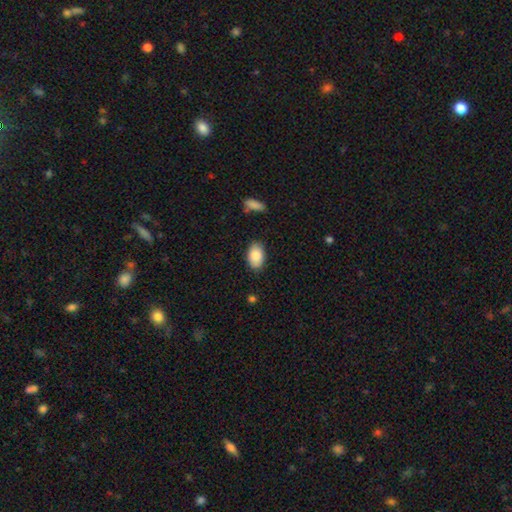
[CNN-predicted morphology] Smooth or featured?
  - smooth: 86% *
  - featured or disk: 7%
  - star or artifact: 7%
How rounded?
  - in between: 91% *
  - round: 8%
  - cigar-shaped: 1%
Merging?
  - none: 82% *
  - minor disturbance: 14%
  - major disturbance: 3%
  - merger: 2%